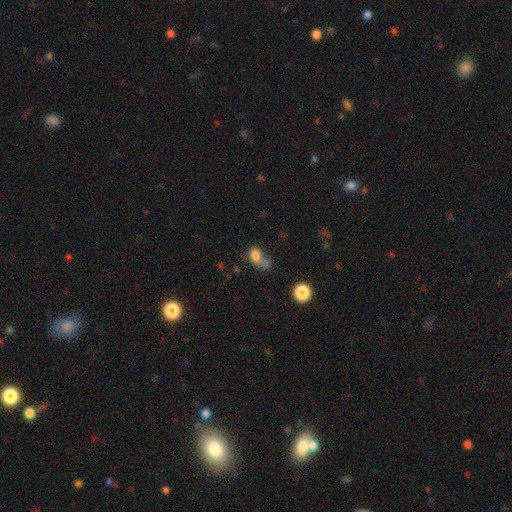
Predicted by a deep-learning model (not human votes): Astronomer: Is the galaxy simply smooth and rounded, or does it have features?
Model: smooth — 75%.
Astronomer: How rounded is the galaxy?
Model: in between — 68%.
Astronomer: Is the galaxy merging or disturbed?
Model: merger — 43% (runner-up: none, 27%).